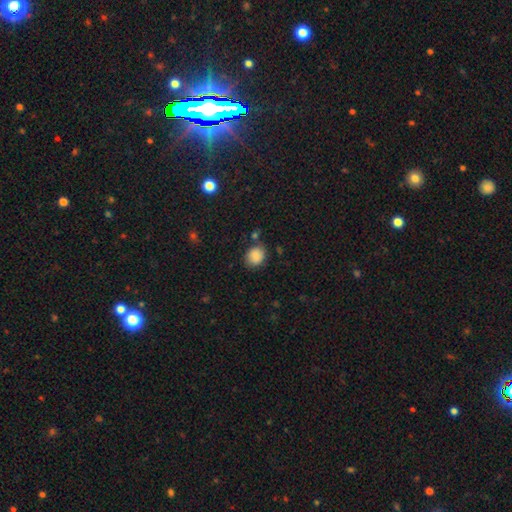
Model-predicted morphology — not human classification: smooth_or_featured: smooth (p=0.86) [alt: star or artifact p=0.09]
how_rounded: round (p=0.66) [alt: in between p=0.33]
merging: none (p=0.76) [alt: minor disturbance p=0.14]